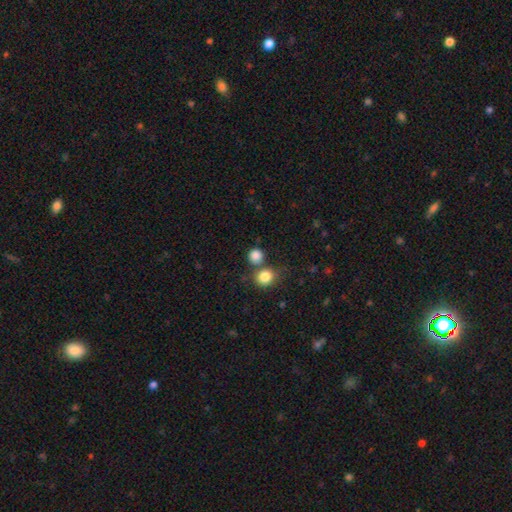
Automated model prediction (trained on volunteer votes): This appears to be a smooth galaxy with no disk features (85%) that is round (87%). Merging: none (63%).